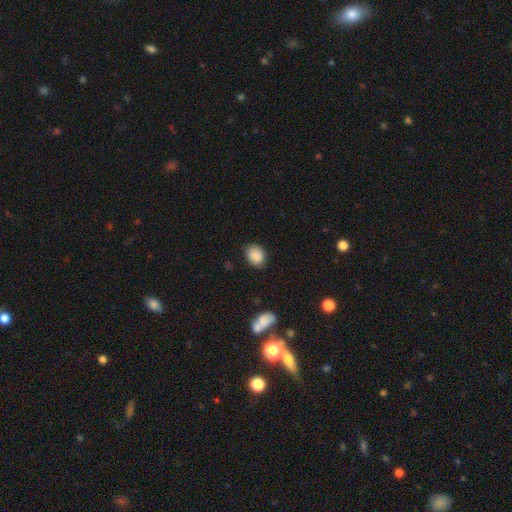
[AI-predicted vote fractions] Smooth or featured: smooth — 87% (star or artifact — 8%)
How rounded: in between — 59% (round — 40%)
Merging: none — 79% (minor disturbance — 16%)